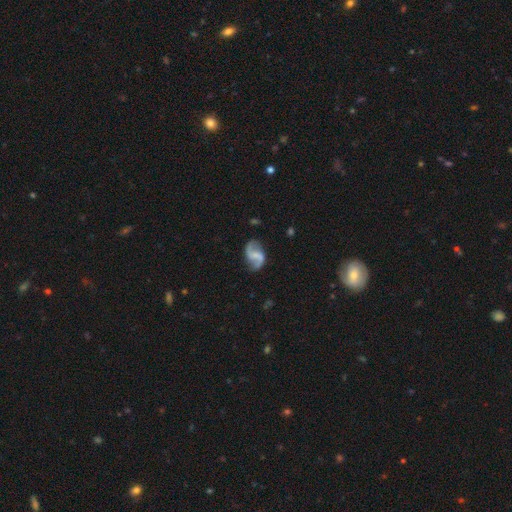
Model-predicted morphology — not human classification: smooth_or_featured: featured or disk (p=0.84) [alt: smooth p=0.10]
disk_edge_on: no (p=0.98) [alt: yes p=0.02]
bar: weak (p=0.46) [alt: no p=0.31]
has_spiral_arms: yes (p=0.96) [alt: no p=0.04]
spiral_winding: loose (p=0.62) [alt: medium p=0.31]
spiral_arm_count: 2 (p=0.93) [alt: can't tell p=0.02]
bulge_size: none (p=0.59) [alt: small p=0.24]
merging: none (p=0.77) [alt: minor disturbance p=0.15]